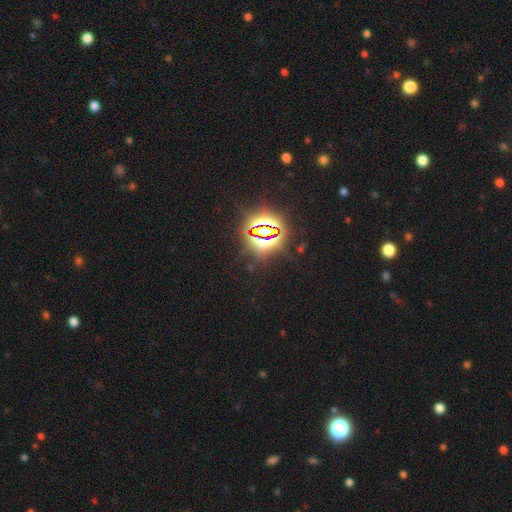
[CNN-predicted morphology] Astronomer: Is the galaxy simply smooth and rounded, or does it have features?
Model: star or artifact — 83%.